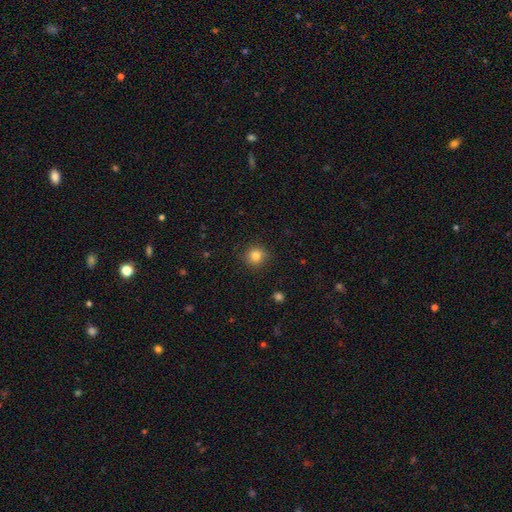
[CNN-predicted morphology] This appears to be a smooth galaxy with no disk features (83%) that is round (91%). Merging: none (89%).